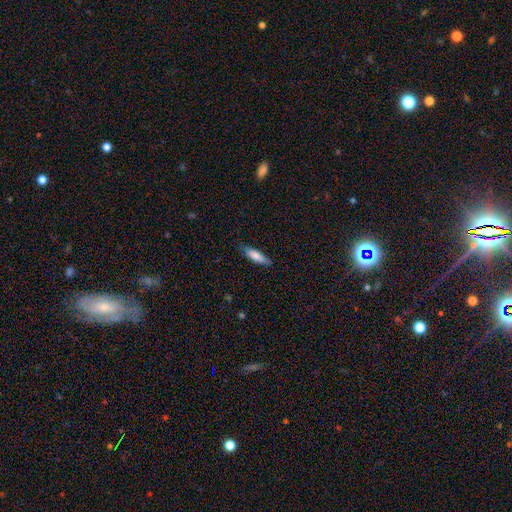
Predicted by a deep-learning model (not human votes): A smooth galaxy with no disk features (77%) that is cigar-shaped (58%). Merging: none (78%).